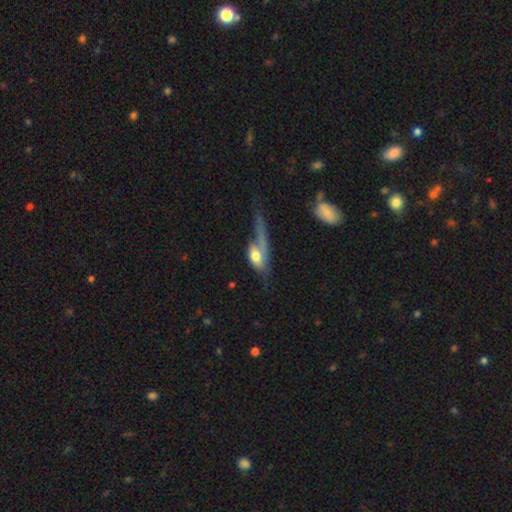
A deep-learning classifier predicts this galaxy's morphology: type=smooth (51%); roundness=in between (70%); merging=major disturbance (45%).